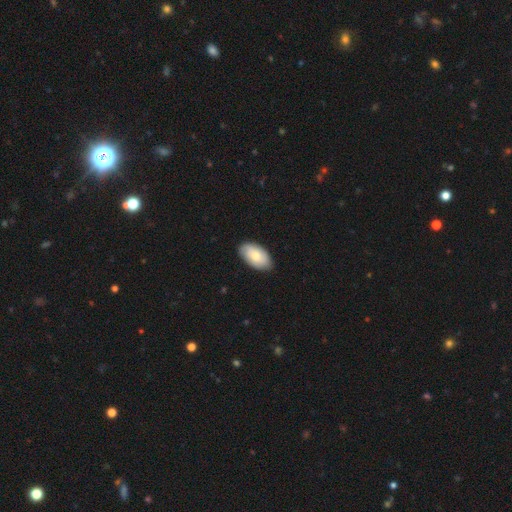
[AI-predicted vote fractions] Smooth or featured?
  - smooth: 71% *
  - featured or disk: 24%
  - star or artifact: 6%
How rounded?
  - in between: 95% *
  - round: 4%
  - cigar-shaped: 2%
Merging?
  - none: 84% *
  - minor disturbance: 13%
  - major disturbance: 2%
  - merger: 1%